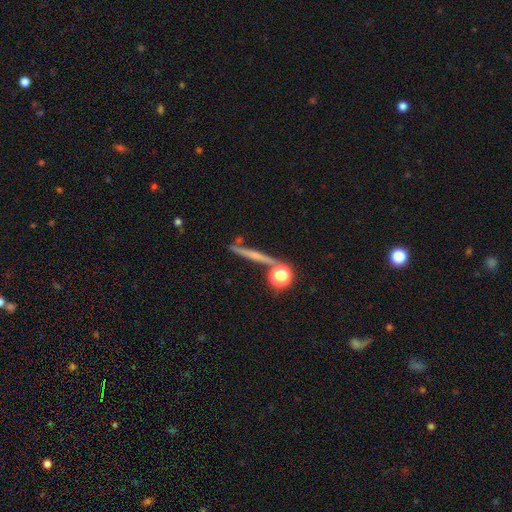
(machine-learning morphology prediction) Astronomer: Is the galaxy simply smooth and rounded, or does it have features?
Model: featured or disk — 54% (runner-up: smooth, 33%).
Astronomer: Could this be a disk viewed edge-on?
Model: yes — 93%.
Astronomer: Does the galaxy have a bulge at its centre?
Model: none — 49% (runner-up: rounded, 41%).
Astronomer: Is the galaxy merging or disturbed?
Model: none — 78%.